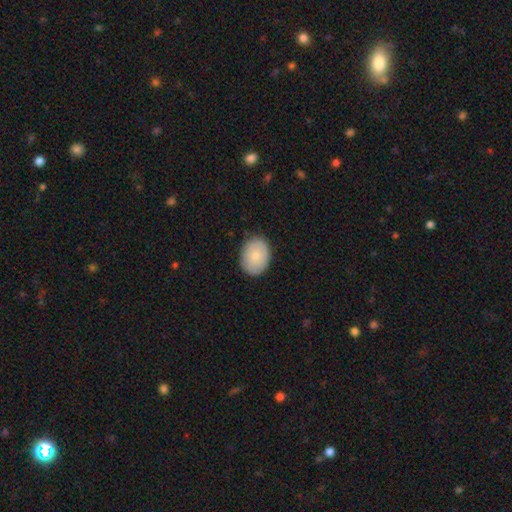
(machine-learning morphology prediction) This appears to be a smooth galaxy with no disk features (80%) that is in between round and cigar-shaped (68%). Merging: none (84%).